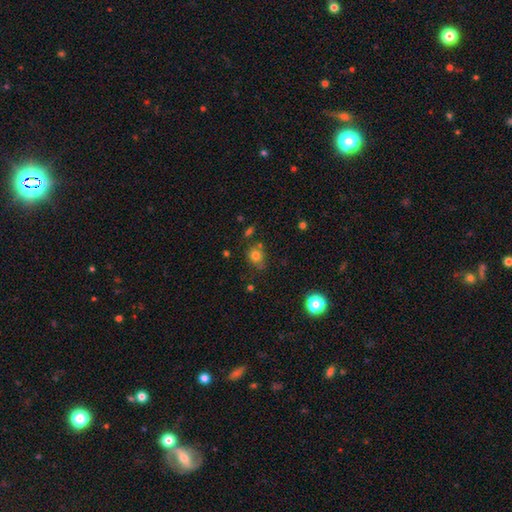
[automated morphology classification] smooth-or-featured: smooth: 77% | star or artifact: 14% | featured or disk: 9%
  how-rounded: round: 67% | in between: 32% | cigar-shaped: 1%
  merging: none: 63% | minor disturbance: 20% | merger: 10% | major disturbance: 7%